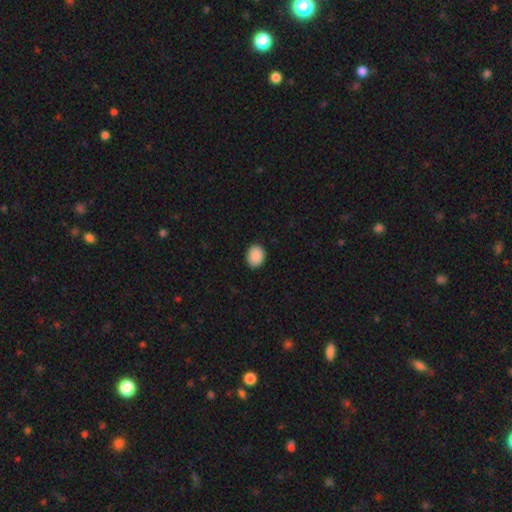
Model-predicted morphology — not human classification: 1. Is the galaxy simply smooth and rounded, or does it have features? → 90% smooth, 8% star or artifact, 2% featured or disk.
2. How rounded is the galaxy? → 56% round, 43% in between, 1% cigar-shaped.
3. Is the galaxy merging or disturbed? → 90% none, 7% minor disturbance, 2% major disturbance, 1% merger.